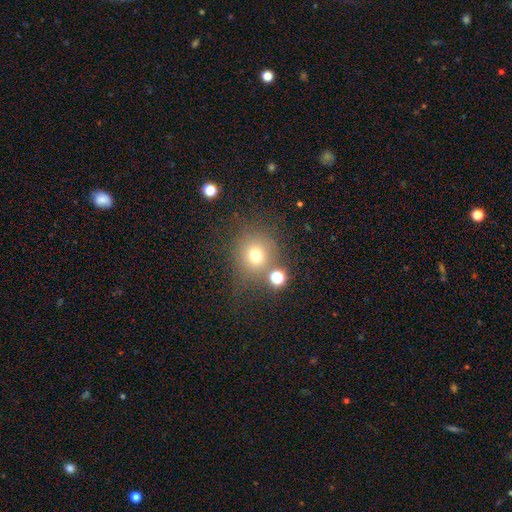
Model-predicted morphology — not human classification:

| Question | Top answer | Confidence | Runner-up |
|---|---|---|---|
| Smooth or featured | smooth | 69% | star or artifact (19%) |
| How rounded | round | 87% | in between (12%) |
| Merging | none | 65% | merger (14%) |